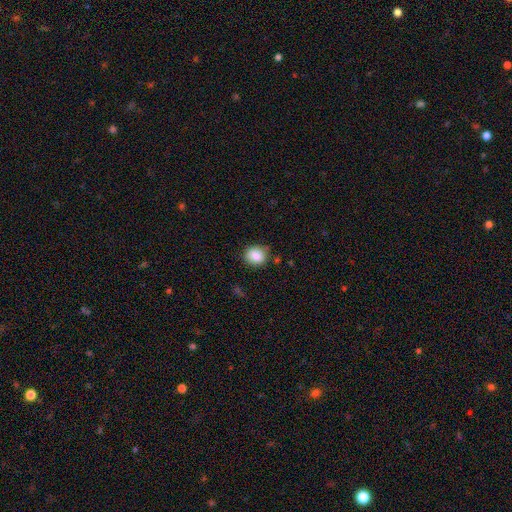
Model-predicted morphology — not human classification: Smooth or featured?
  - smooth: 86% *
  - star or artifact: 8%
  - featured or disk: 5%
How rounded?
  - round: 74% *
  - in between: 25%
  - cigar-shaped: 1%
Merging?
  - none: 81% *
  - minor disturbance: 14%
  - major disturbance: 3%
  - merger: 2%